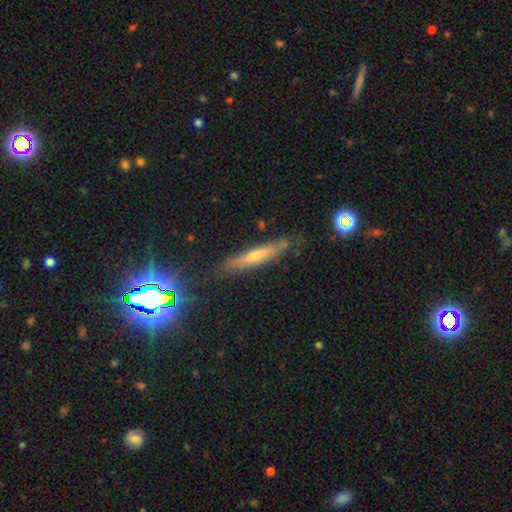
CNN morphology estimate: Smooth or featured? Predicted: featured or disk (p=0.46, tied with smooth). Merging? Predicted: none (p=0.77).